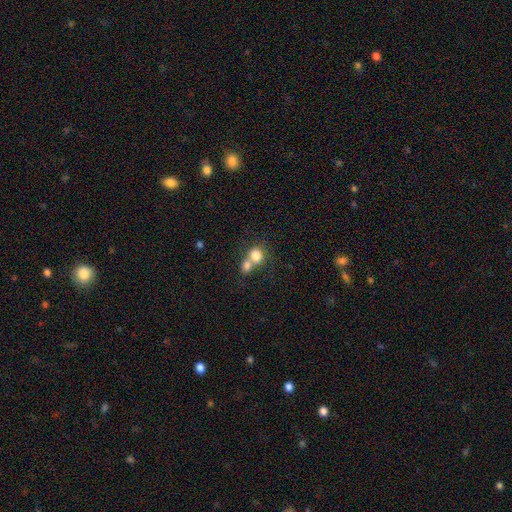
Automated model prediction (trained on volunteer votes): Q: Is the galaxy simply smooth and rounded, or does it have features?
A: smooth — 78%.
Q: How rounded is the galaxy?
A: round — 67%.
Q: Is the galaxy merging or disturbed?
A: merger — 63%.